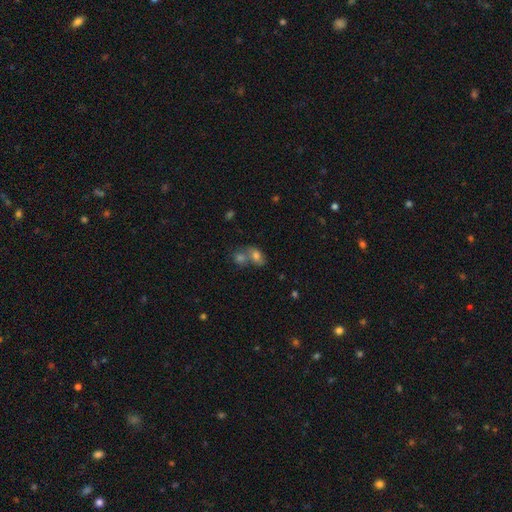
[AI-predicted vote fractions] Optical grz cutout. It shows a smooth galaxy with no disk features (71%) that is in between round and cigar-shaped (76%). Merging: merger (55%).